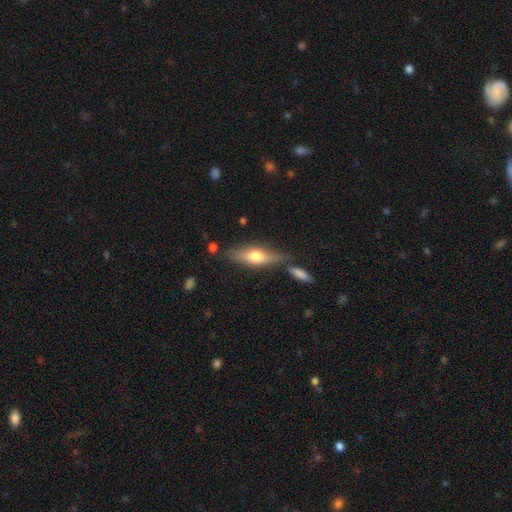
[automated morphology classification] Smooth or featured?
  - smooth: 55% *
  - featured or disk: 38%
  - star or artifact: 6%
How rounded?
  - cigar-shaped: 49% *
  - in between: 48%
  - round: 3%
Merging?
  - none: 67% *
  - minor disturbance: 15%
  - merger: 14%
  - major disturbance: 4%